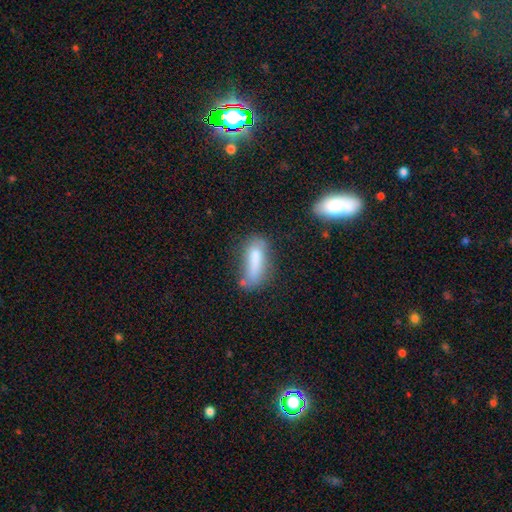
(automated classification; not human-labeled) Morphology: type=smooth (58%); roundness=in between (58%); merging=none (53%).